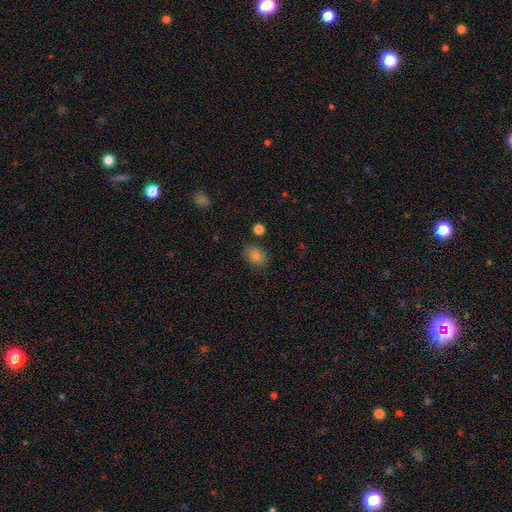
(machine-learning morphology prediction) The model was most divided on "how rounded": in between: 71%, round: 28%, cigar-shaped: 1%. More confident: merging — none (83%); smooth or featured — smooth (81%).